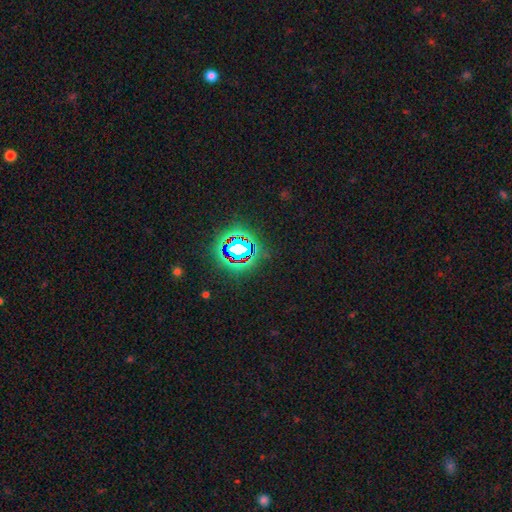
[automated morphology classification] A star or artifact, not a galaxy (79%).

Vote fractions:
- Smooth or featured? star or artifact: 79% / smooth: 13% / featured or disk: 8%